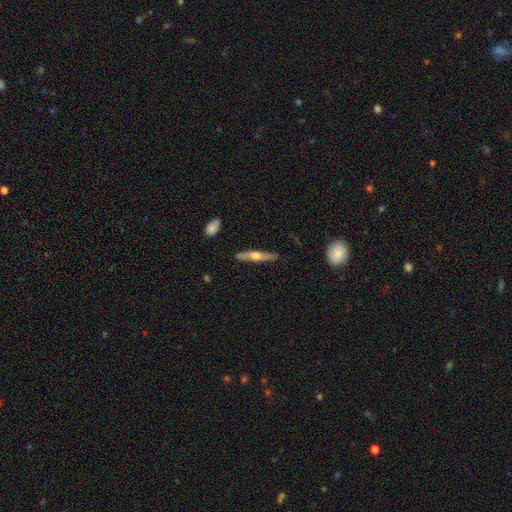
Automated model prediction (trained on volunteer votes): This appears to be a featured or disk galaxy (60%) viewed edge-on (94%) with a rounded central bulge (92%). Merging: none (86%).